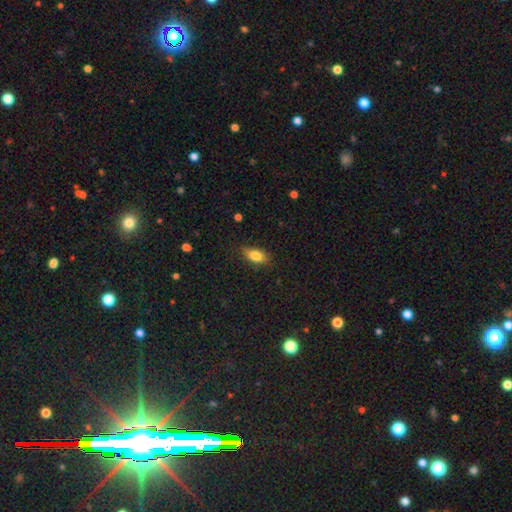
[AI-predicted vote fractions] smooth-or-featured: smooth: 82% | featured or disk: 10% | star or artifact: 8%
  how-rounded: in between: 87% | round: 7% | cigar-shaped: 7%
  merging: none: 78% | minor disturbance: 17% | major disturbance: 4% | merger: 1%